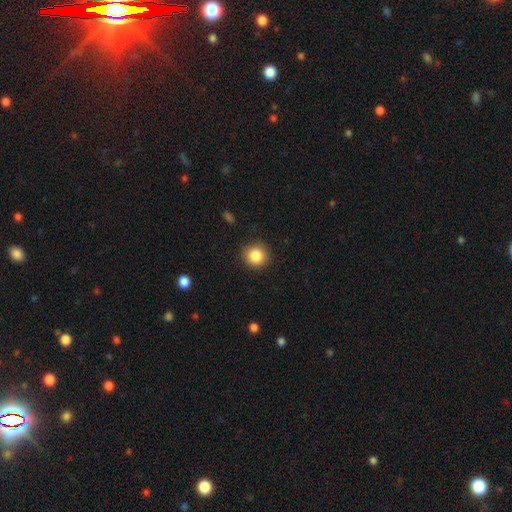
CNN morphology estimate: smooth-or-featured: smooth: 86% | star or artifact: 9% | featured or disk: 5%
  how-rounded: round: 91% | in between: 8% | cigar-shaped: 1%
  merging: none: 90% | minor disturbance: 7% | major disturbance: 2% | merger: 1%